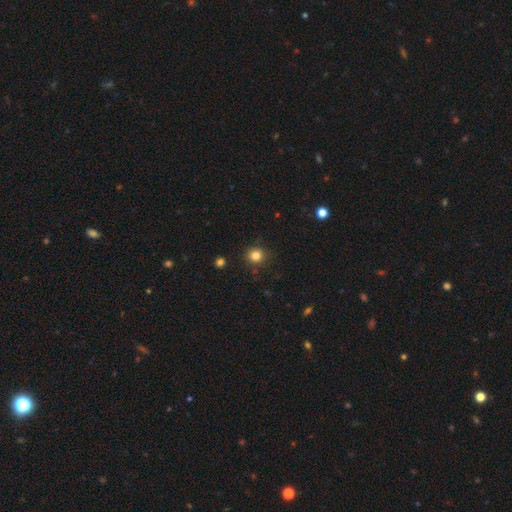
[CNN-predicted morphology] smooth-or-featured: smooth: 82% | star or artifact: 13% | featured or disk: 5%
  how-rounded: round: 90% | in between: 9% | cigar-shaped: 1%
  merging: none: 89% | minor disturbance: 7% | major disturbance: 2% | merger: 1%